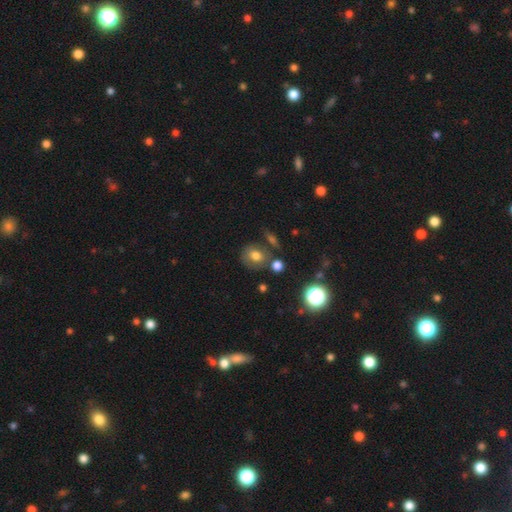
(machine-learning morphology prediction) Q: Smooth or featured?
A: smooth (70%); runner-up: featured or disk (17%)
Q: How rounded?
A: round (71%); runner-up: in between (28%)
Q: Merging?
A: none (67%); runner-up: minor disturbance (16%)